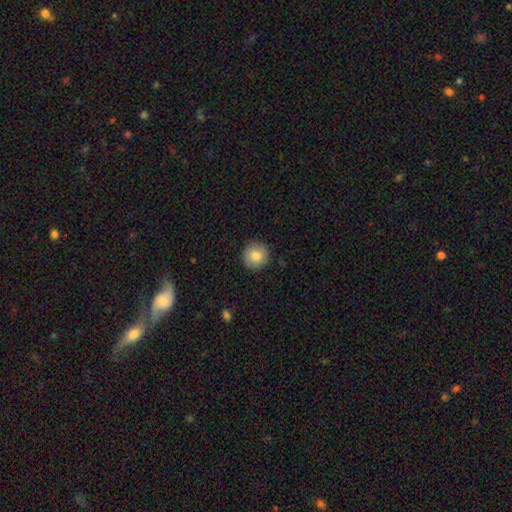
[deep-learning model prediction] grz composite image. It shows a smooth galaxy with no disk features (83%) that is round (93%). Merging: none (89%).